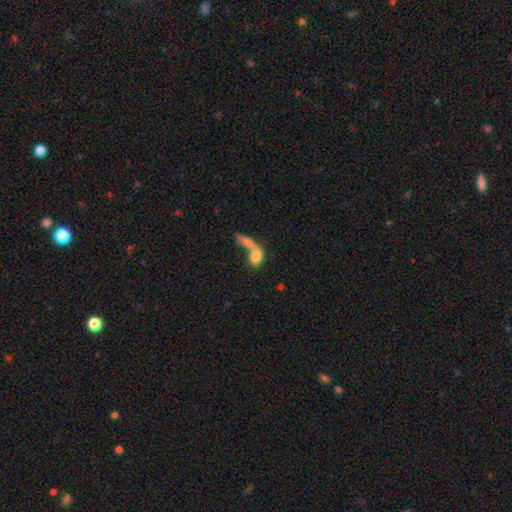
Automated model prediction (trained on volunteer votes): This appears to be a smooth galaxy with no disk features (73%) that is in between round and cigar-shaped (68%). Merging: merger (66%).